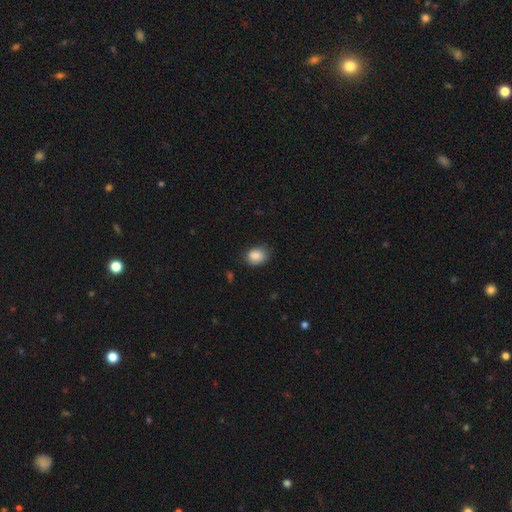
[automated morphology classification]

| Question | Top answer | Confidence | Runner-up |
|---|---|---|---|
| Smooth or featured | smooth | 86% | star or artifact (8%) |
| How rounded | in between | 61% | round (38%) |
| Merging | none | 71% | minor disturbance (23%) |